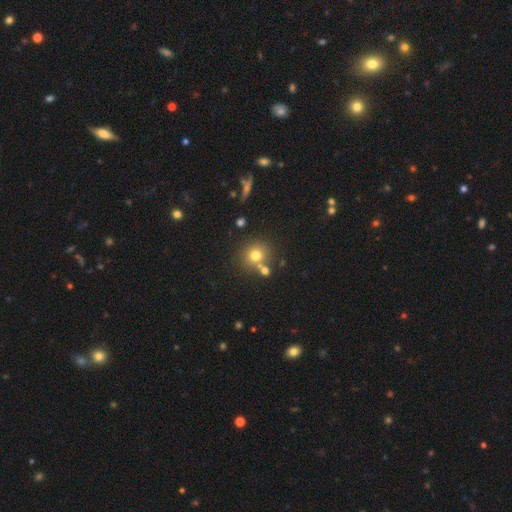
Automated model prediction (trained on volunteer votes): Smooth or featured? smooth (73%)
How rounded? round (88%)
Merging? none (67%)